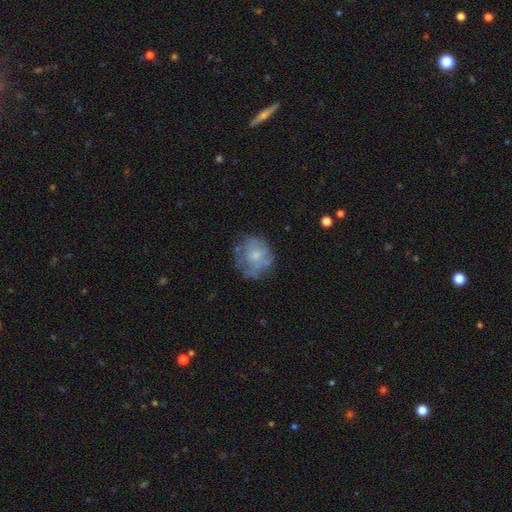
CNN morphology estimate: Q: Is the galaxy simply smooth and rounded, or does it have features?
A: smooth — 53%.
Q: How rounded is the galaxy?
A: round — 75%.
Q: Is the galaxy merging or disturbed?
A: none — 59%.